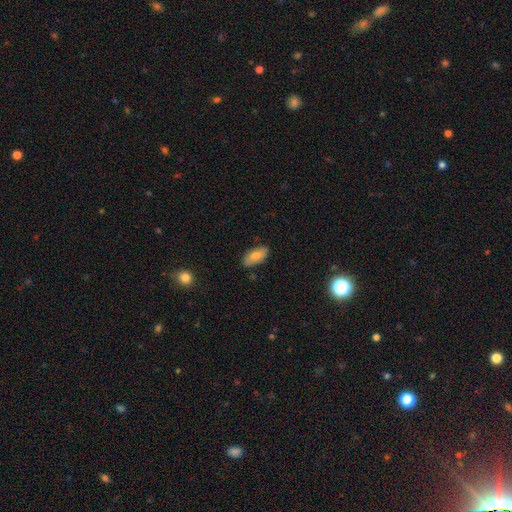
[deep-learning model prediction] Q: Smooth or featured?
A: smooth (75%); runner-up: featured or disk (18%)
Q: How rounded?
A: in between (90%); runner-up: cigar-shaped (7%)
Q: Merging?
A: none (82%); runner-up: minor disturbance (14%)